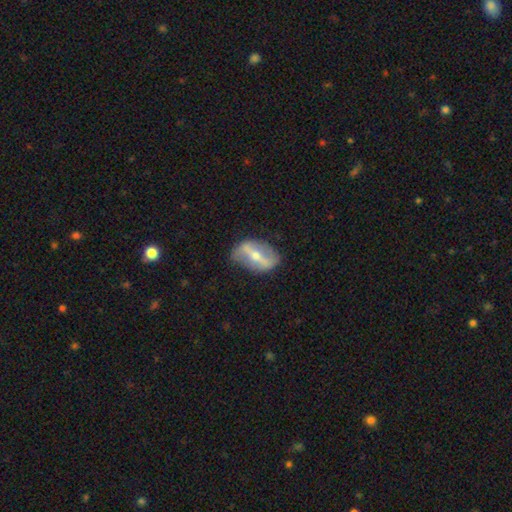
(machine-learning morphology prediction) This is likely a featured or disk galaxy (74%). It is clearly not viewed edge-on (83%). Bar: likely strong (76%). Spiral arm pattern: possibly no (55%). Central bulge: possibly moderate (48%, tied with small). Merging: likely none (74%).